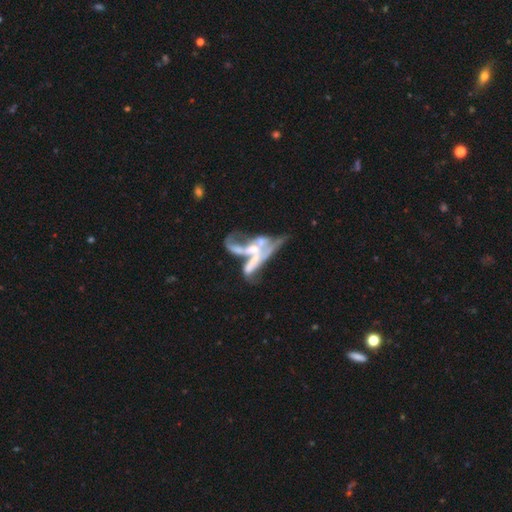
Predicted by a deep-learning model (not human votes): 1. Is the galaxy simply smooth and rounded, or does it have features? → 70% featured or disk, 19% smooth, 11% star or artifact.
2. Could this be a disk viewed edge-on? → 85% no, 15% yes.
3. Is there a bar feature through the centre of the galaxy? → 74% no, 16% weak, 9% strong.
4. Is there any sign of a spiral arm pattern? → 60% no, 40% yes.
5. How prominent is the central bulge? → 34% moderate, 30% small, 29% none, 5% large, 2% dominant.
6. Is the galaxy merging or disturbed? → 68% merger, 17% major disturbance, 9% none, 6% minor disturbance.